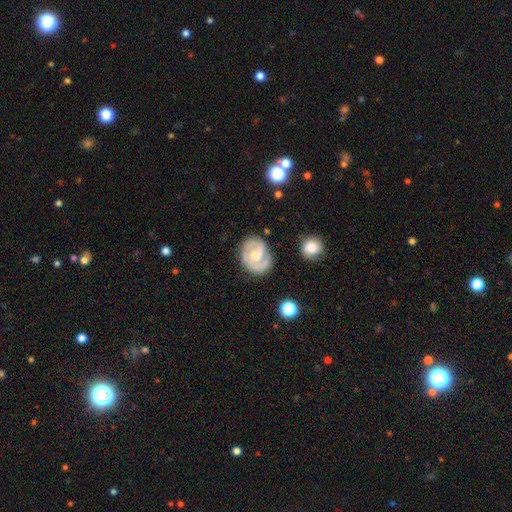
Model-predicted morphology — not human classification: smooth_or_featured: featured or disk (p=0.82) [alt: smooth p=0.14]
disk_edge_on: no (p=0.98) [alt: yes p=0.02]
bar: no (p=0.52) [alt: weak p=0.39]
has_spiral_arms: yes (p=0.94) [alt: no p=0.06]
spiral_winding: tight (p=0.51) [alt: medium p=0.40]
spiral_arm_count: 2 (p=0.75) [alt: can't tell p=0.10]
bulge_size: moderate (p=0.49) [alt: small p=0.42]
merging: none (p=0.74) [alt: minor disturbance p=0.18]